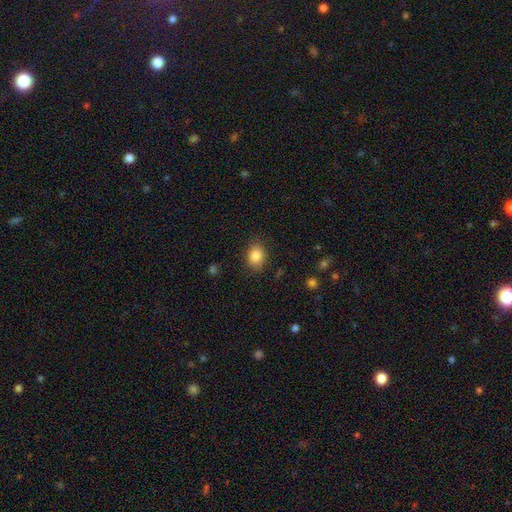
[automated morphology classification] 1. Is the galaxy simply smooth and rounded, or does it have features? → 85% smooth, 9% star or artifact, 6% featured or disk.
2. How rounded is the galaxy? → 60% in between, 39% round, 1% cigar-shaped.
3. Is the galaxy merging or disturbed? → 82% none, 13% minor disturbance, 4% major disturbance, 1% merger.